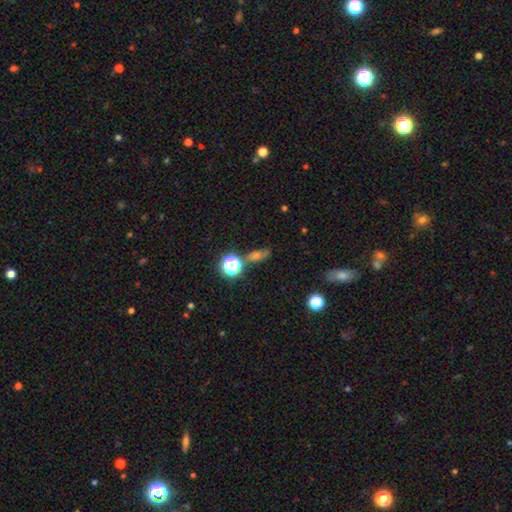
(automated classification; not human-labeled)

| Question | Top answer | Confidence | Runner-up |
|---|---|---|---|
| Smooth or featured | star or artifact | 45% | smooth (38%) |